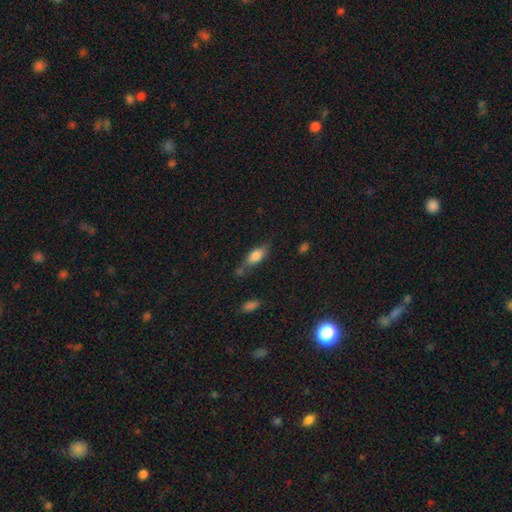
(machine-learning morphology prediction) This is likely a smooth galaxy (73%). How rounded: likely in between (75%). Merging: possibly none (55%).